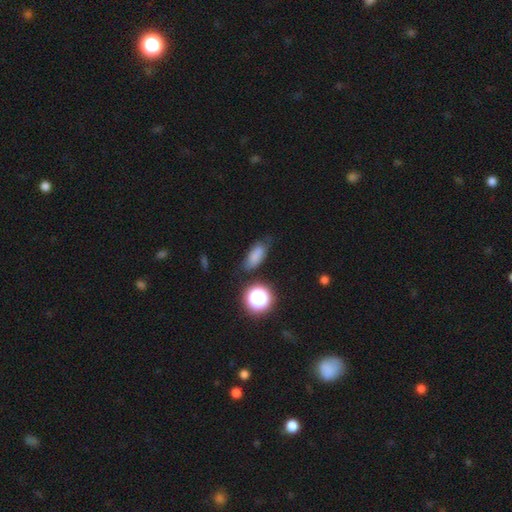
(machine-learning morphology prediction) A smooth galaxy with no disk features (77%) that is in between round and cigar-shaped (75%).

Vote fractions:
- Smooth or featured? smooth: 77% / star or artifact: 14% / featured or disk: 9%
- How rounded? in between: 75% / cigar-shaped: 15% / round: 10%
- Merging? none: 69% / minor disturbance: 21% / major disturbance: 6% / merger: 3%